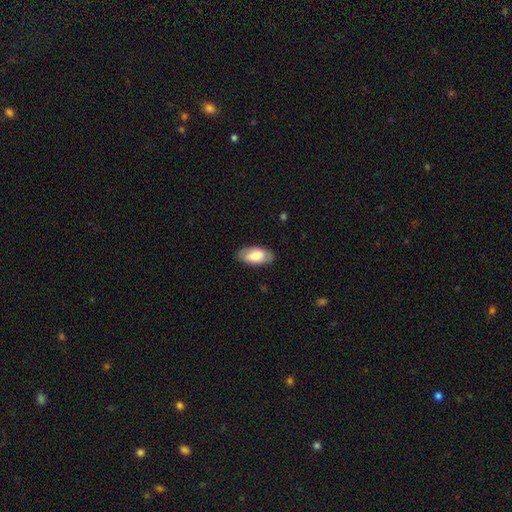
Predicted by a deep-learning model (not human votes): Smooth or featured? smooth (79%)
How rounded? in between (94%)
Merging? none (82%)